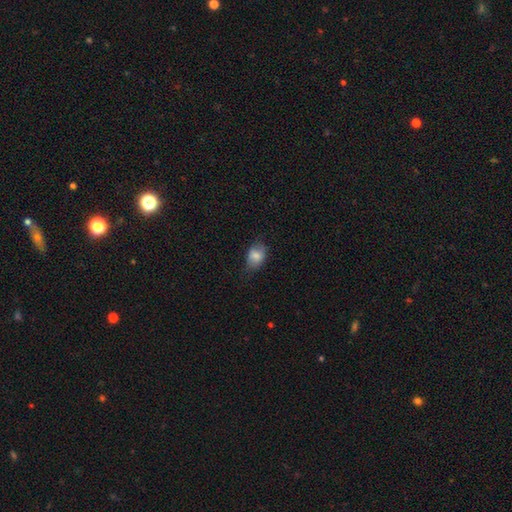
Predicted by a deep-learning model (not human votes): Q: Smooth or featured?
A: smooth (79%); runner-up: featured or disk (13%)
Q: How rounded?
A: in between (77%); runner-up: round (22%)
Q: Merging?
A: none (62%); runner-up: minor disturbance (29%)